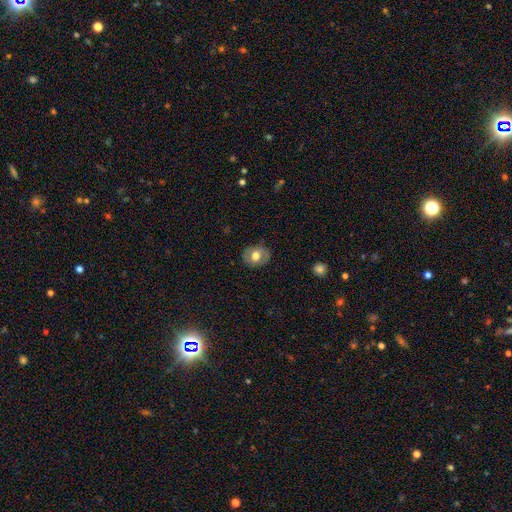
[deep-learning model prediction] This is possibly a smooth galaxy (60%). How rounded: possibly round (54%). Merging: clearly none (83%).